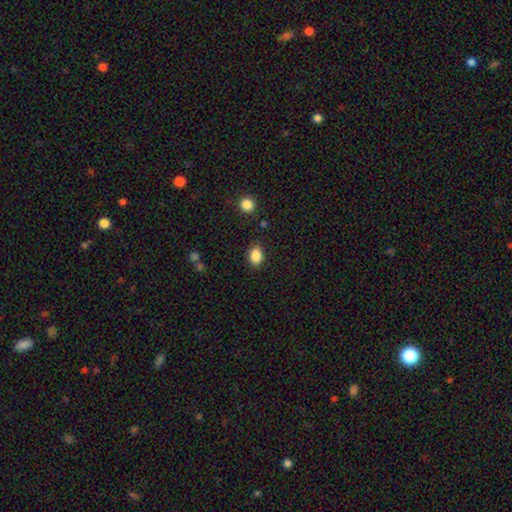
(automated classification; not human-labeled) Morphology: type=smooth (86%); roundness=in between (69%); merging=none (84%).